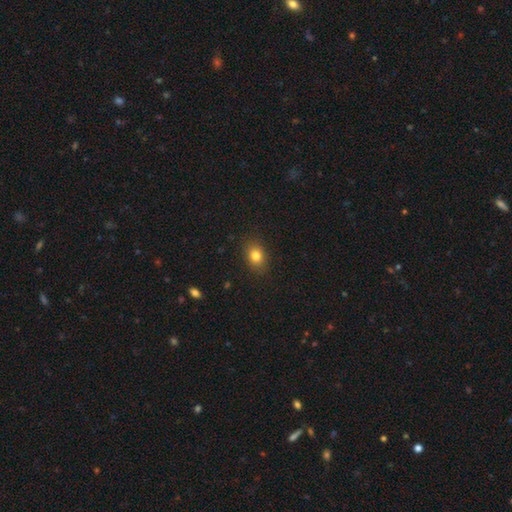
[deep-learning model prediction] The model was most divided on "how rounded": in between: 61%, round: 38%, cigar-shaped: 1%. More confident: merging — none (87%); smooth or featured — smooth (82%).